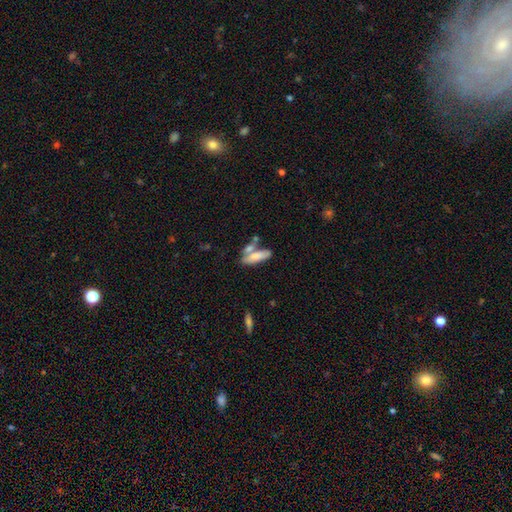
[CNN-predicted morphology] smooth_or_featured: smooth (p=0.75) [alt: featured or disk p=0.18]
how_rounded: in between (p=0.56) [alt: cigar-shaped p=0.41]
merging: none (p=0.44) [alt: merger p=0.35]